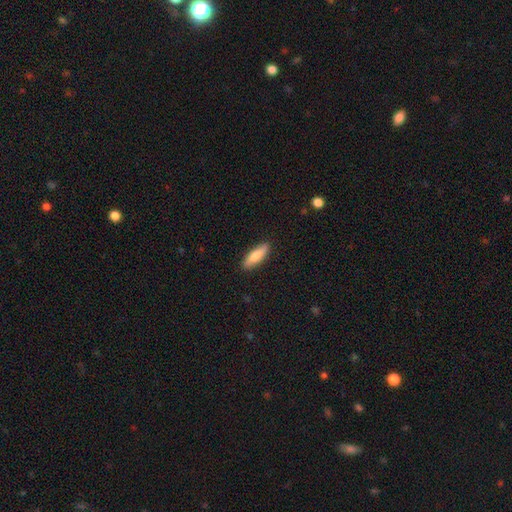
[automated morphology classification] type=smooth (81%); roundness=cigar-shaped (55%); merging=none (88%).